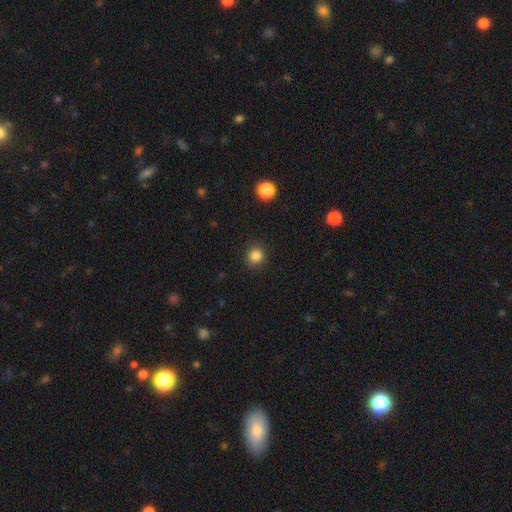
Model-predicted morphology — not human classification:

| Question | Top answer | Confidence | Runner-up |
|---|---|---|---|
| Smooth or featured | smooth | 84% | star or artifact (12%) |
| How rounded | round | 91% | in between (8%) |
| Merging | none | 90% | minor disturbance (6%) |